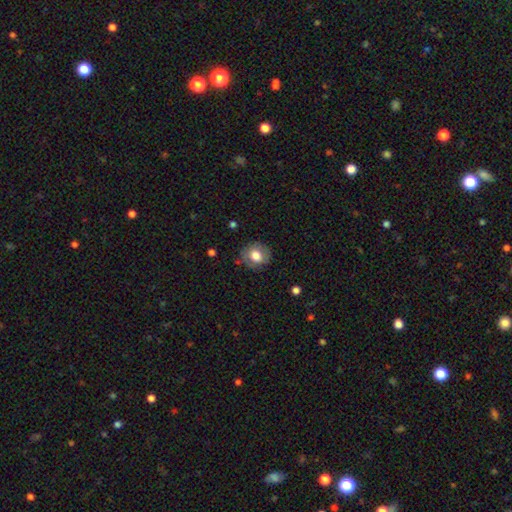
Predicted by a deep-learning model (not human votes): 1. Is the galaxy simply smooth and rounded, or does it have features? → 70% smooth, 22% featured or disk, 8% star or artifact.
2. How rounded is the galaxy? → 75% round, 24% in between, 1% cigar-shaped.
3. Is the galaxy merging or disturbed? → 79% none, 15% minor disturbance, 4% major disturbance, 1% merger.